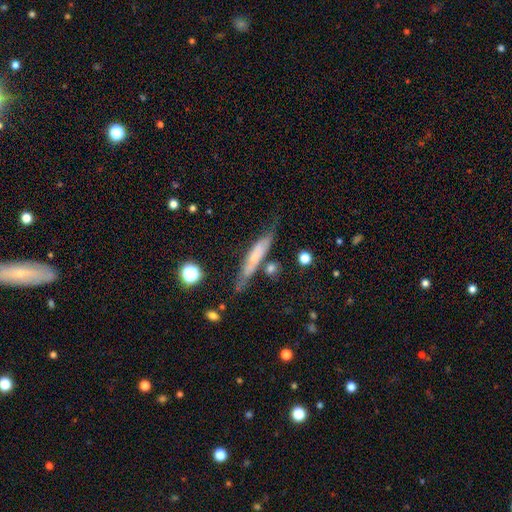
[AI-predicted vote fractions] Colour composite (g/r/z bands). It shows a smooth galaxy with no disk features (51%) that is cigar-shaped (88%). Merging: none (63%).